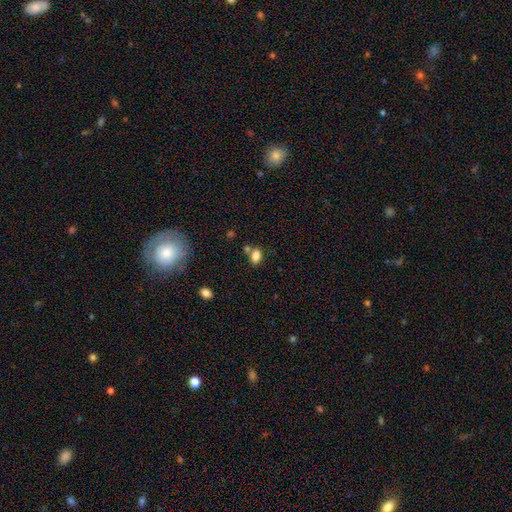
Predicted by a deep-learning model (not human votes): Smooth or featured?
  - smooth: 82% *
  - star or artifact: 11%
  - featured or disk: 7%
How rounded?
  - in between: 81% *
  - round: 17%
  - cigar-shaped: 2%
Merging?
  - none: 59% *
  - merger: 23%
  - minor disturbance: 14%
  - major disturbance: 4%